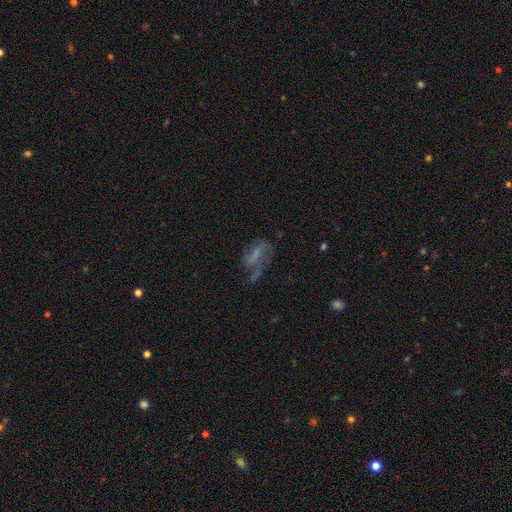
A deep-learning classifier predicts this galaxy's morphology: featured or disk 59%, smooth 28%, star or artifact 14%. Down the decision tree: edge-on disk — no (96%); bar — no (45%); spiral arms — yes (66%); bulge size — none (48%); merging — major disturbance (42%).